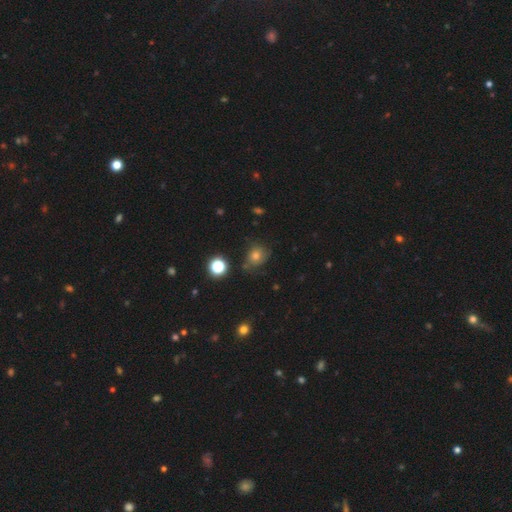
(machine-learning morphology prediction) Q: Smooth or featured?
A: smooth (64%); runner-up: star or artifact (22%)
Q: How rounded?
A: round (67%); runner-up: in between (32%)
Q: Merging?
A: none (67%); runner-up: minor disturbance (22%)